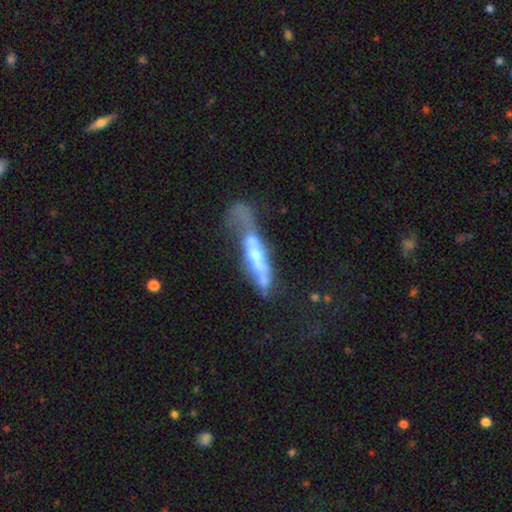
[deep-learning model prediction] Smooth or featured: featured or disk — 59% (smooth — 32%)
Edge-on disk: no — 63% (yes — 37%)
Merging: merger — 37% (major disturbance — 32%)